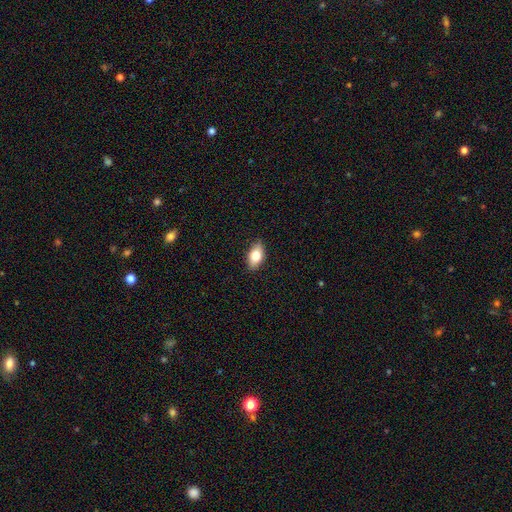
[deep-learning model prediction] This appears to be a smooth galaxy with no disk features (76%) that is in between round and cigar-shaped (89%). Merging: none (87%).